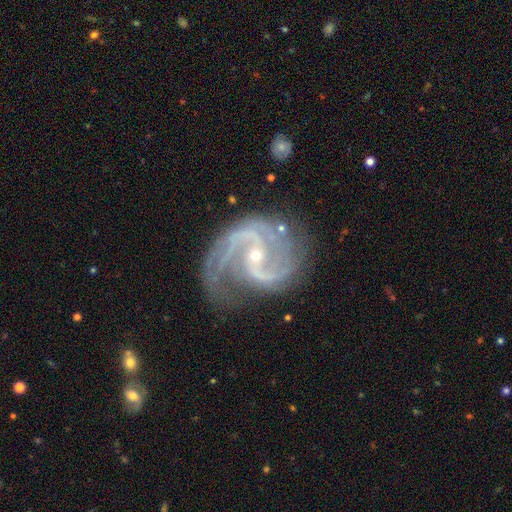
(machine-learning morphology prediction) Smooth or featured? Predicted: featured or disk (p=0.92). Edge-on disk? Predicted: no (p=0.98). Bar? Predicted: no (p=0.42). Spiral arms? Predicted: yes (p=0.98). Spiral winding? Predicted: medium (p=0.56). Spiral arm count? Predicted: 2 (p=0.79). Bulge size? Predicted: small (p=0.82). Merging? Predicted: none (p=0.66).